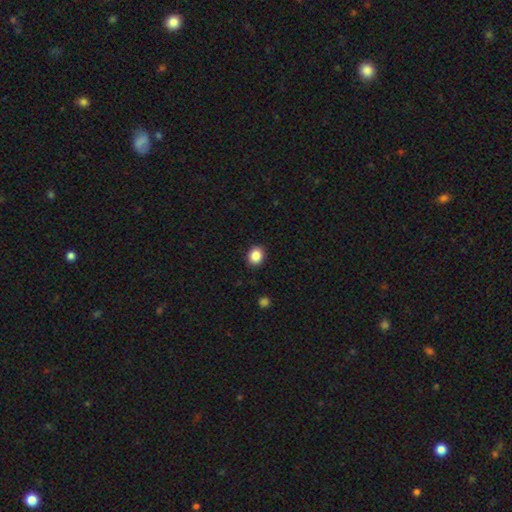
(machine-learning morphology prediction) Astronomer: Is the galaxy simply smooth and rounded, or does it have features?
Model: smooth — 87%.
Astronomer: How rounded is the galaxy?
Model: round — 68%.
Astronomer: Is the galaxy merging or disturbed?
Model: none — 91%.